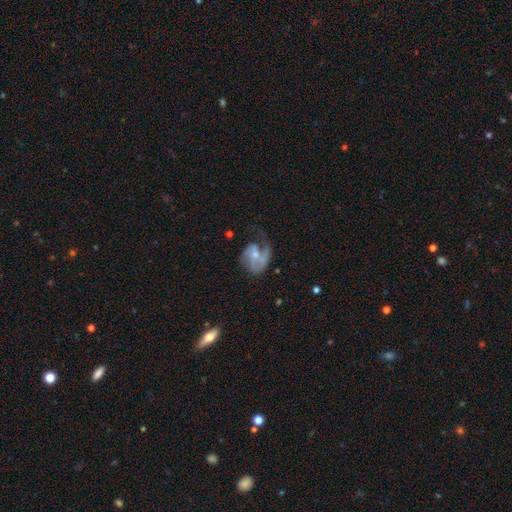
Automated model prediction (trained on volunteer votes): Overall: featured or disk (77%). Edge-on disk: no (98%). Bar: no (53%; weak 38%). Spiral arms: yes (91%). Spiral arm count: 2 (45%; 1 23%). Spiral winding: medium (46%; loose 34%). Bulge size: small (53%; moderate 37%). Merging: none (43%; major disturbance 30%).